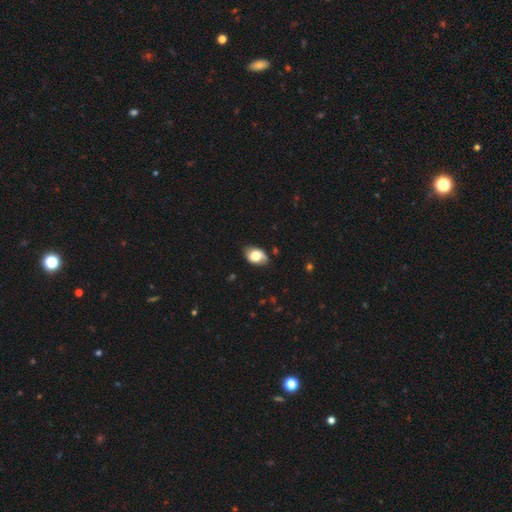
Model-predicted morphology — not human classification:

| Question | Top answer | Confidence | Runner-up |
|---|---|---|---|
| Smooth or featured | smooth | 71% | featured or disk (22%) |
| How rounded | in between | 85% | round (14%) |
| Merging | none | 71% | minor disturbance (24%) |